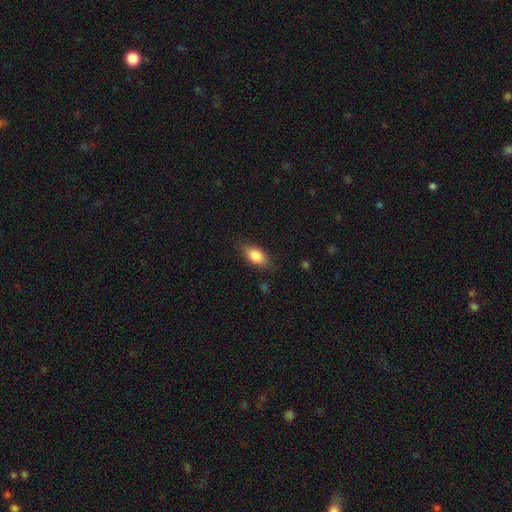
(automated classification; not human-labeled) Smooth or featured: smooth — 83% (featured or disk — 9%)
How rounded: in between — 87% (round — 7%)
Merging: none — 80% (minor disturbance — 15%)